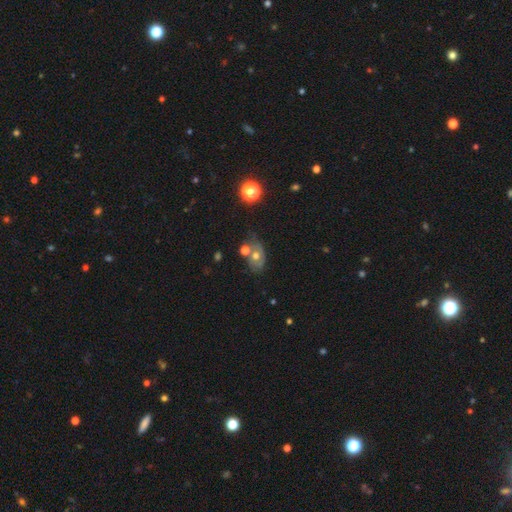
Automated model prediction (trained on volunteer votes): Smooth or featured?
  - smooth: 45% *
  - featured or disk: 42%
  - star or artifact: 14%
Merging?
  - none: 50% *
  - merger: 21%
  - minor disturbance: 20%
  - major disturbance: 9%